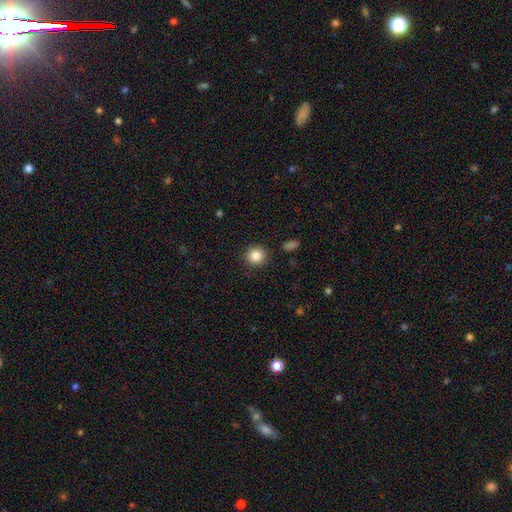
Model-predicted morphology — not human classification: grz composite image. It shows a smooth galaxy with no disk features (86%) that is round (91%). Merging: none (90%).